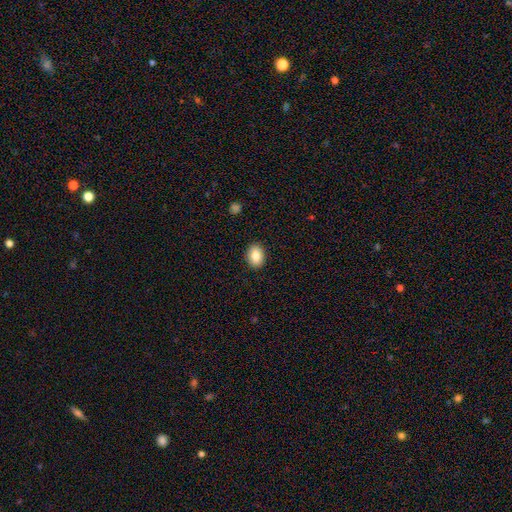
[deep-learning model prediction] smooth 84%, star or artifact 8%, featured or disk 8%. Down the decision tree: how rounded — in between (71%); merging — none (90%).